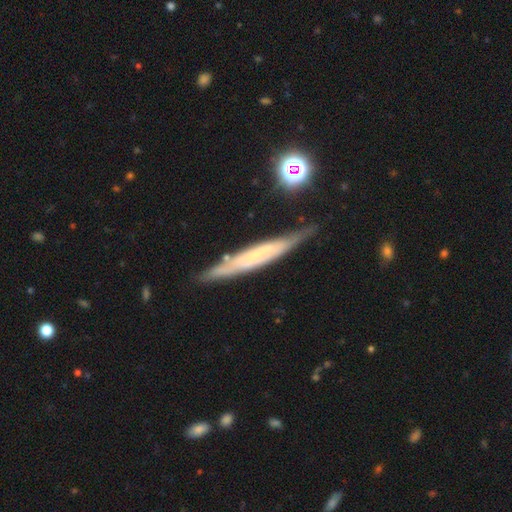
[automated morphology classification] Smooth or featured?
  - featured or disk: 58% *
  - smooth: 33%
  - star or artifact: 8%
Edge-on disk?
  - yes: 82% *
  - no: 18%
Merging?
  - none: 73% *
  - minor disturbance: 19%
  - major disturbance: 4%
  - merger: 3%